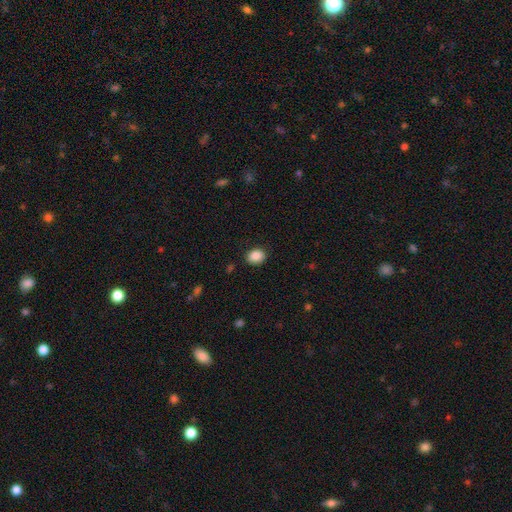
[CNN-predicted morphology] A smooth galaxy with no disk features (87%) that is in between round and cigar-shaped (51%). Merging: none (87%).